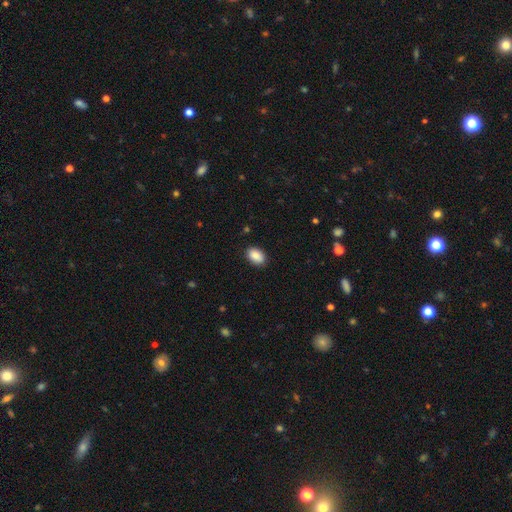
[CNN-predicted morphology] The model was most divided on "how rounded": in between: 88%, round: 11%, cigar-shaped: 1%. More confident: smooth or featured — smooth (89%); merging — none (88%).